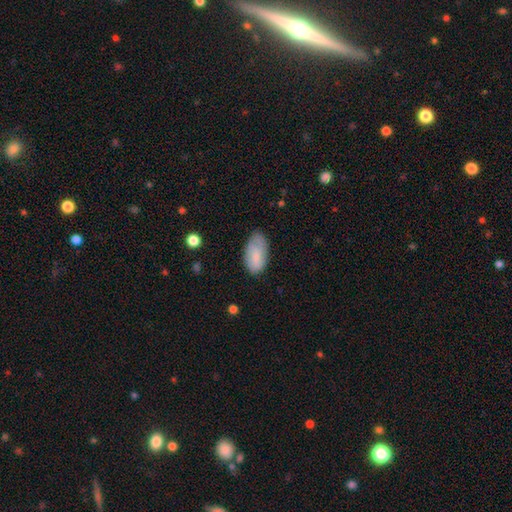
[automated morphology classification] Smooth or featured: smooth — 79% (featured or disk — 15%)
How rounded: in between — 94% (cigar-shaped — 3%)
Merging: none — 65% (minor disturbance — 27%)